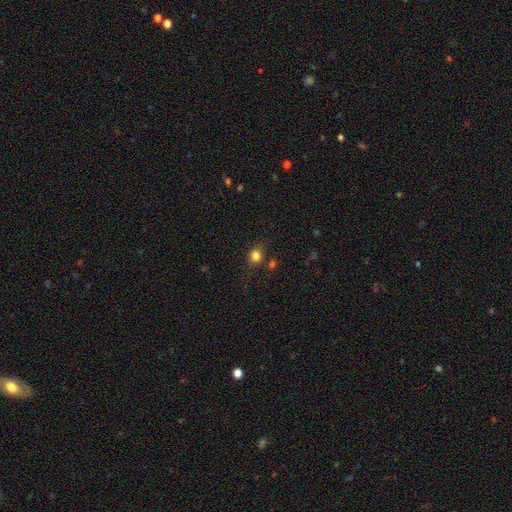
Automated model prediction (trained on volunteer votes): Overall: smooth (81%). How rounded: round (69%; in between 30%). Merging: none (78%).